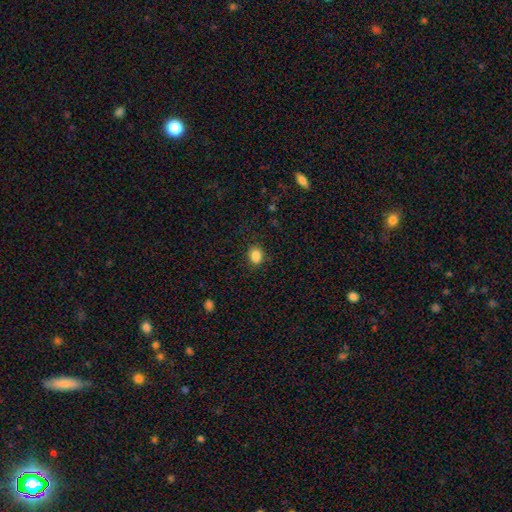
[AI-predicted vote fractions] This is clearly a smooth galaxy (86%). How rounded: possibly in between (54%). Merging: clearly none (84%).